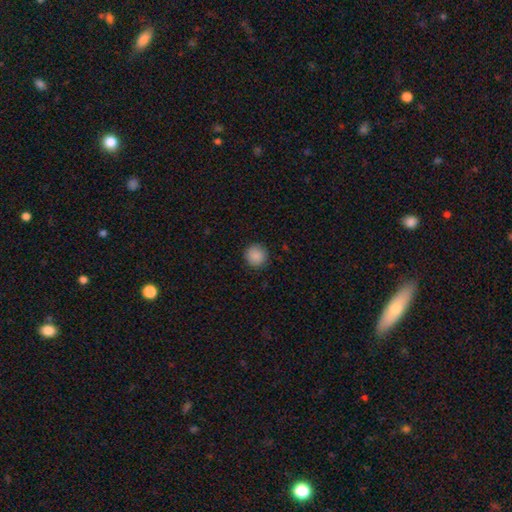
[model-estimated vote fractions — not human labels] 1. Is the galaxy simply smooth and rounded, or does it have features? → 89% smooth, 8% star or artifact, 2% featured or disk.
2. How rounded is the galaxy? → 94% round, 5% in between, 1% cigar-shaped.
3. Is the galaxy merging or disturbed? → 91% none, 6% minor disturbance, 2% major disturbance, 1% merger.